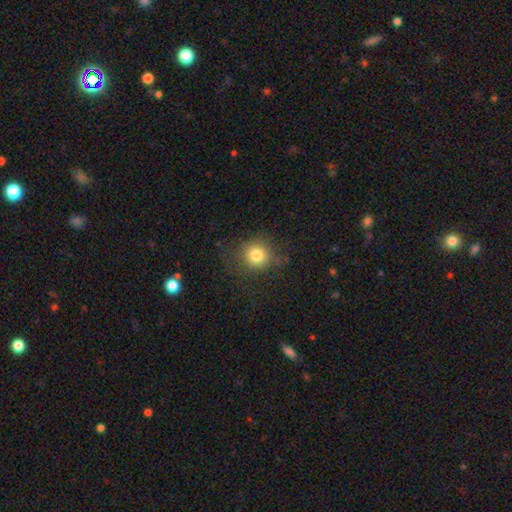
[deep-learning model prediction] Smooth or featured: smooth — 80% (star or artifact — 12%)
How rounded: round — 89% (in between — 10%)
Merging: none — 78% (minor disturbance — 14%)